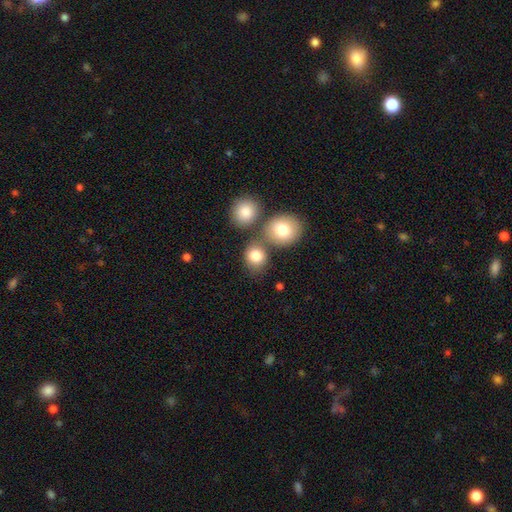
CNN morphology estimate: A smooth galaxy with no disk features (81%) that is round (73%).

Vote fractions:
- Smooth or featured? smooth: 81% / star or artifact: 10% / featured or disk: 9%
- How rounded? round: 73% / in between: 26% / cigar-shaped: 1%
- Merging? none: 57% / merger: 28% / minor disturbance: 10% / major disturbance: 5%